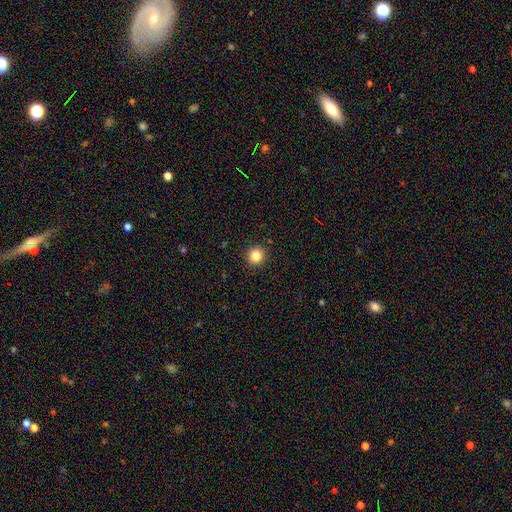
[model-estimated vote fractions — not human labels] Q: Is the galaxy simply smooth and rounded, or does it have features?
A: smooth — 85%.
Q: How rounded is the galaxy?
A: round — 92%.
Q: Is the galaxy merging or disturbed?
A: none — 92%.